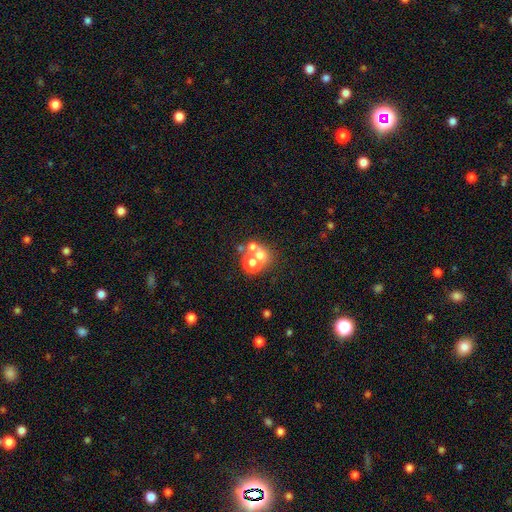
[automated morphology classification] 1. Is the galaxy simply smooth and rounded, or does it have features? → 53% star or artifact, 34% smooth, 12% featured or disk.